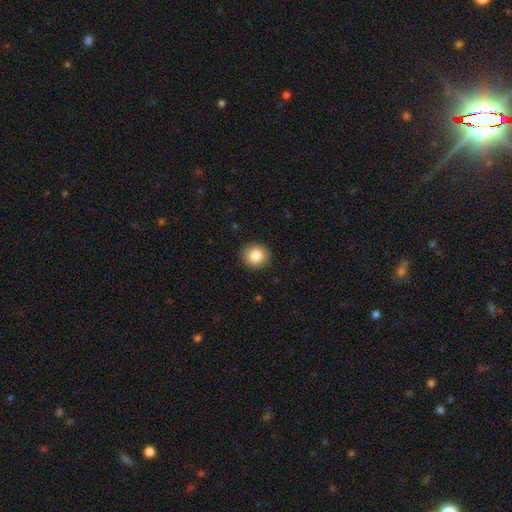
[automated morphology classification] Smooth or featured? Predicted: smooth (p=0.85). How rounded? Predicted: round (p=0.89). Merging? Predicted: none (p=0.91).